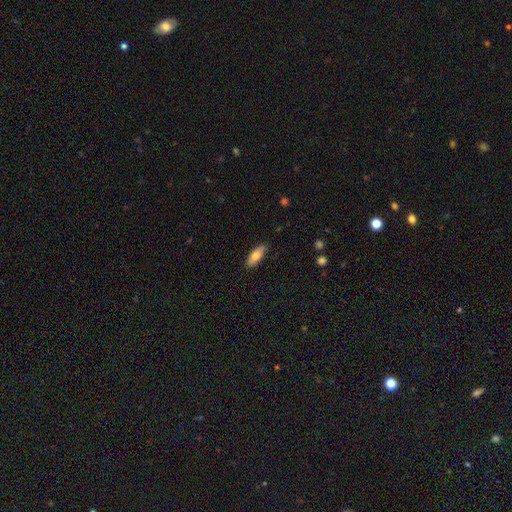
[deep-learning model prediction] This is likely a smooth galaxy (72%). How rounded: likely in between (65%). Merging: clearly none (88%).